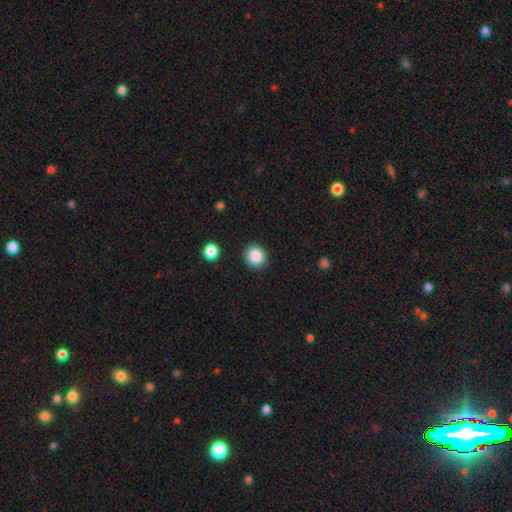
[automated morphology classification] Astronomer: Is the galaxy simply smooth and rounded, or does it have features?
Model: smooth — 87%.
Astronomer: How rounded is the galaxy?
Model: round — 84%.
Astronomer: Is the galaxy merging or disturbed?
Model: none — 89%.